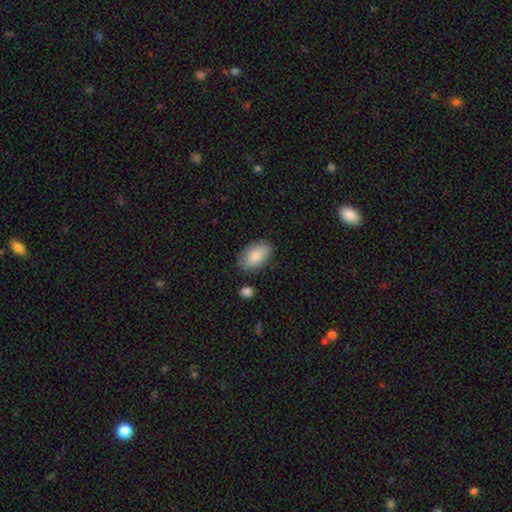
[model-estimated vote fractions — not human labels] smooth 87%, featured or disk 7%, star or artifact 6%. Down the decision tree: how rounded — in between (94%); merging — none (83%).